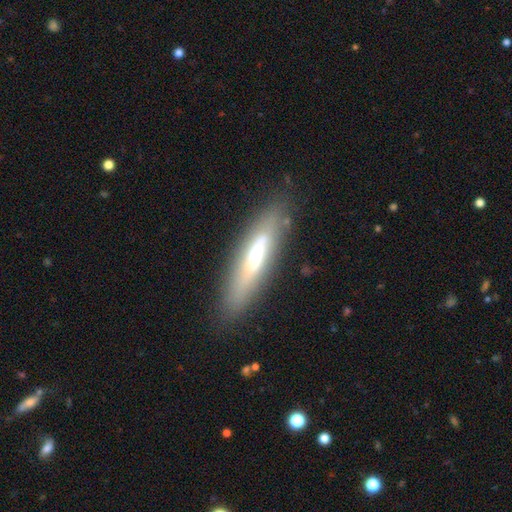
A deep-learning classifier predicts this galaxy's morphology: type=smooth (47%); merging=none (81%).